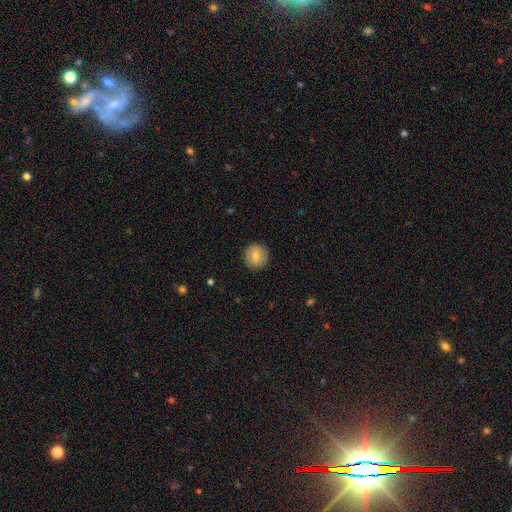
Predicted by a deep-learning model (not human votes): Q: Smooth or featured?
A: smooth (79%); runner-up: featured or disk (14%)
Q: How rounded?
A: round (92%); runner-up: in between (7%)
Q: Merging?
A: none (90%); runner-up: minor disturbance (7%)